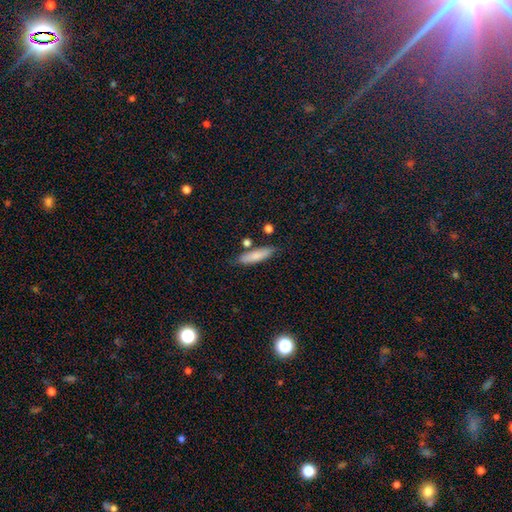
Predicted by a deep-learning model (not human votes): Smooth or featured? Predicted: smooth (p=0.81). How rounded? Predicted: cigar-shaped (p=0.69). Merging? Predicted: none (p=0.77).